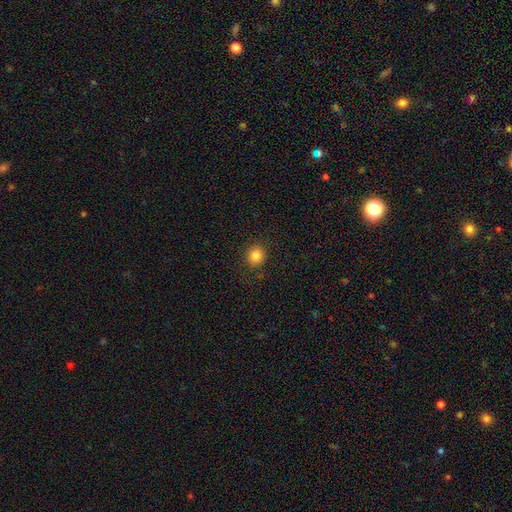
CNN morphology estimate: smooth_or_featured: smooth (p=0.84) [alt: star or artifact p=0.11]
how_rounded: round (p=0.87) [alt: in between p=0.12]
merging: none (p=0.89) [alt: minor disturbance p=0.08]